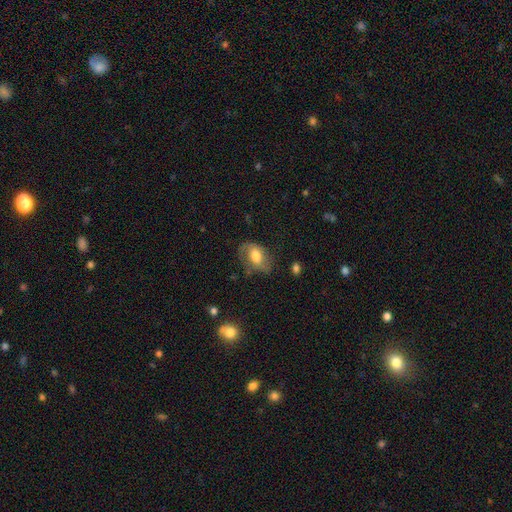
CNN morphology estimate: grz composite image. It shows a smooth galaxy with no disk features (48%). Merging: none (54%).